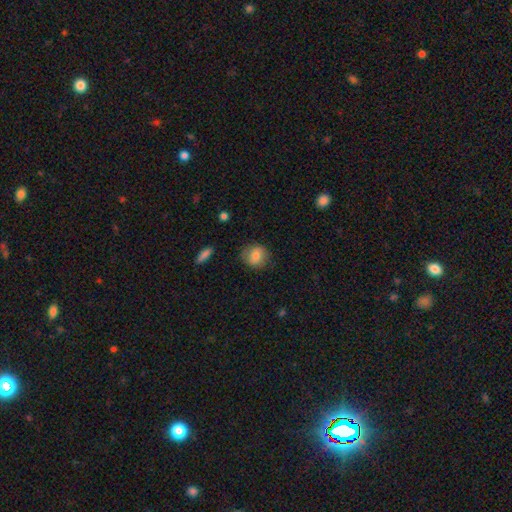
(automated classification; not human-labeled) Q: Smooth or featured?
A: smooth (79%); runner-up: featured or disk (13%)
Q: How rounded?
A: round (74%); runner-up: in between (25%)
Q: Merging?
A: none (77%); runner-up: minor disturbance (17%)